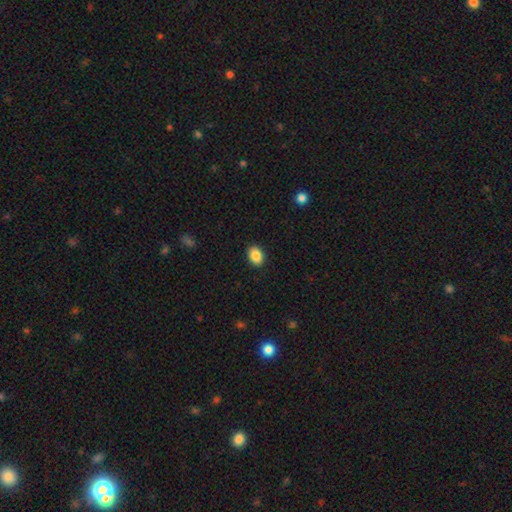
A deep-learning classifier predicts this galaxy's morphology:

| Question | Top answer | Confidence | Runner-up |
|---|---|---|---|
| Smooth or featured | smooth | 88% | star or artifact (8%) |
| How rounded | in between | 79% | round (20%) |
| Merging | none | 90% | minor disturbance (7%) |